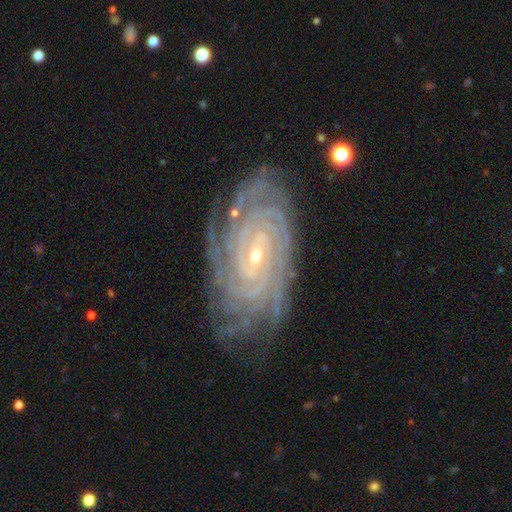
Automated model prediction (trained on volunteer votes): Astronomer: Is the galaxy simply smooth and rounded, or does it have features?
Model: featured or disk — 93%.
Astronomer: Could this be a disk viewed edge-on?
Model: no — 96%.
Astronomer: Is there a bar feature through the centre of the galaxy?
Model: no — 45% (runner-up: weak, 36%).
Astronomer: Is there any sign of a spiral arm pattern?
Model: yes — 99%.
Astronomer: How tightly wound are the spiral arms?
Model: tight — 88%.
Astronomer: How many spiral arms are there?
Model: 4 — 28% (runner-up: more than 4, 26%).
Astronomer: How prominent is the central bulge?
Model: small — 74%.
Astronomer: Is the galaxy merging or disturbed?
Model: none — 77%.